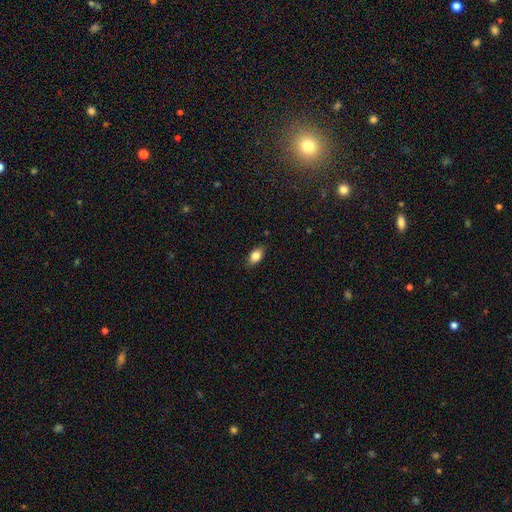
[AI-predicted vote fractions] Q: Smooth or featured?
A: smooth (84%); runner-up: star or artifact (8%)
Q: How rounded?
A: in between (88%); runner-up: round (9%)
Q: Merging?
A: none (85%); runner-up: minor disturbance (12%)